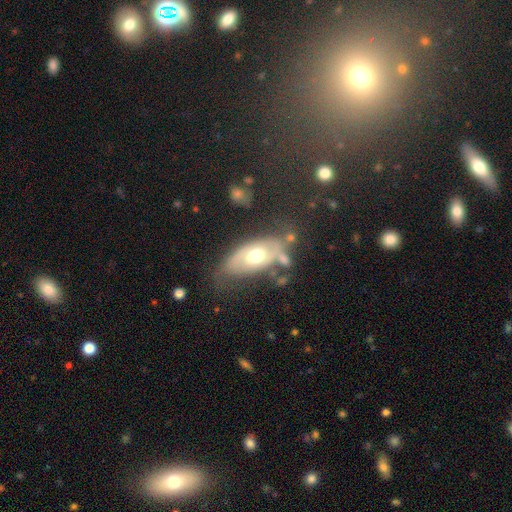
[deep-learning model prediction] Q: Smooth or featured?
A: featured or disk (51%); runner-up: smooth (42%)
Q: Edge-on disk?
A: no (81%); runner-up: yes (19%)
Q: Merging?
A: none (54%); runner-up: minor disturbance (25%)